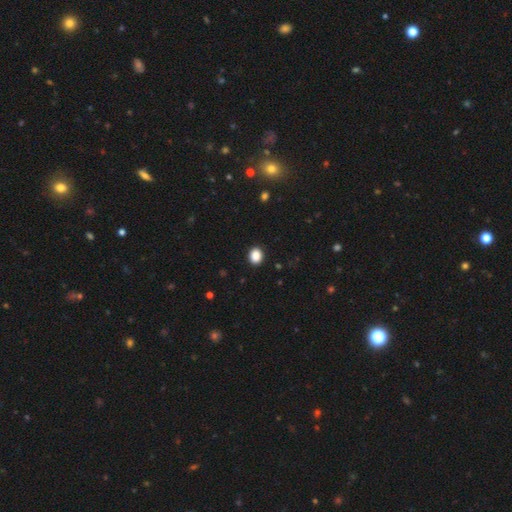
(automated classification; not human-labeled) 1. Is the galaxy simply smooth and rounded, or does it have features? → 88% smooth, 9% star or artifact, 3% featured or disk.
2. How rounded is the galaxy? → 55% round, 44% in between, 1% cigar-shaped.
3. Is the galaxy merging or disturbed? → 91% none, 6% minor disturbance, 2% major disturbance, 1% merger.